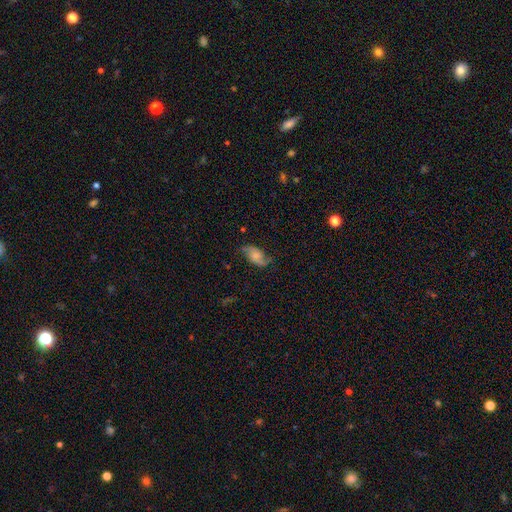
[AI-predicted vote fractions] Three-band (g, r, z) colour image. It shows a featured or disk galaxy (64%) with no bar (63%), 2 (89%) loose (51%) spiral arms (92%) and a moderate central bulge (34%). Merging: none (72%).